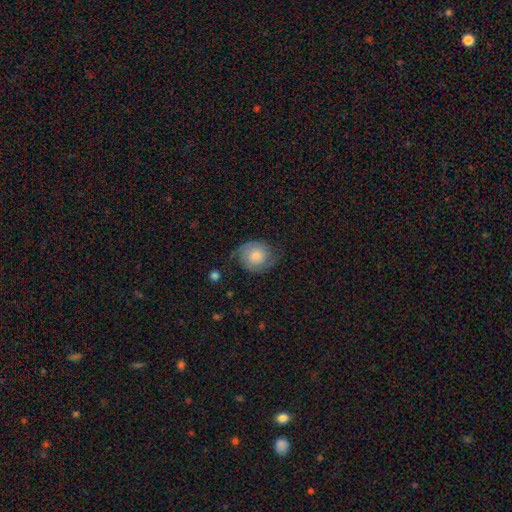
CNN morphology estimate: A featured or disk galaxy (68%) with no bar (77%), 2 (91%) medium (43%) spiral arms (93%) and a moderate central bulge (41%). Merging: none (71%).